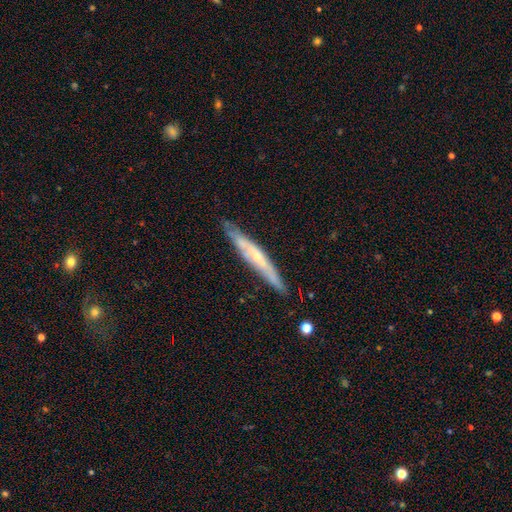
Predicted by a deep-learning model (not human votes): smooth_or_featured: featured or disk (p=0.64) [alt: smooth p=0.30]
disk_edge_on: yes (p=0.81) [alt: no p=0.19]
edge_on_bulge: none (p=0.50) [alt: rounded p=0.44]
merging: none (p=0.79) [alt: minor disturbance p=0.17]